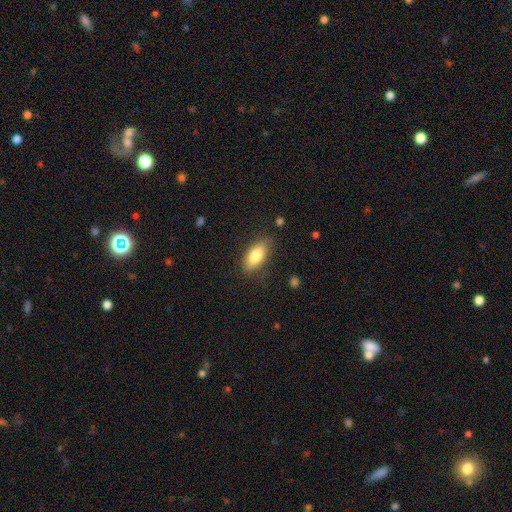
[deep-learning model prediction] Overall: smooth (80%). How rounded: in between (84%). Merging: none (81%).